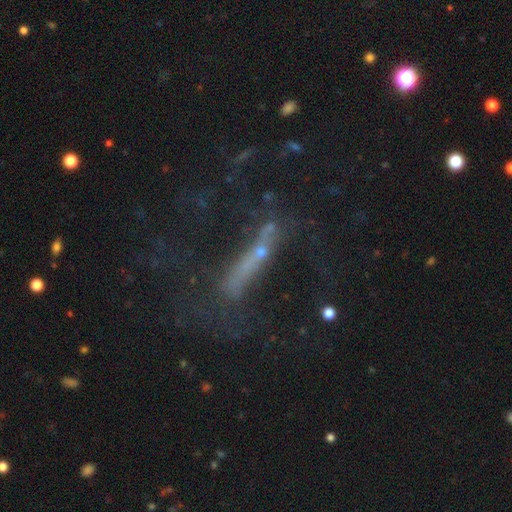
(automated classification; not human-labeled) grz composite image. It shows a featured or disk galaxy (51%) viewed edge-on (56%). Merging: none (48%).